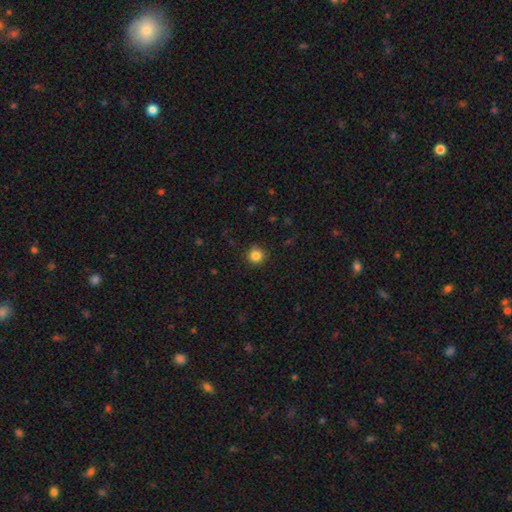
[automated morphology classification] This is clearly a smooth galaxy (85%). How rounded: clearly round (94%). Merging: clearly none (90%).